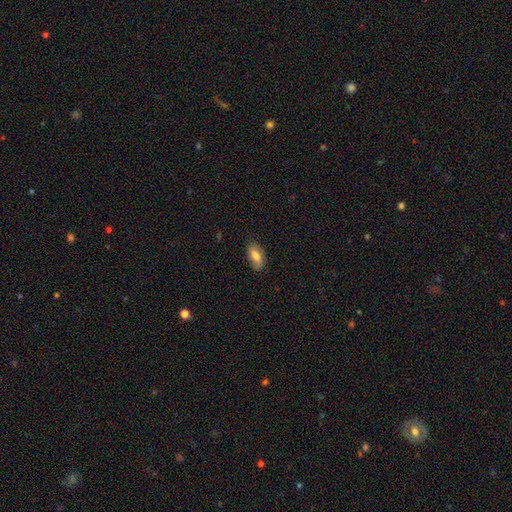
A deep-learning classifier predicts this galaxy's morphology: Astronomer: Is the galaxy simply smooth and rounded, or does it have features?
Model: smooth — 72%.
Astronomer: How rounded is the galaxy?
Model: in between — 91%.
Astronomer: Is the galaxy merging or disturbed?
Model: none — 81%.